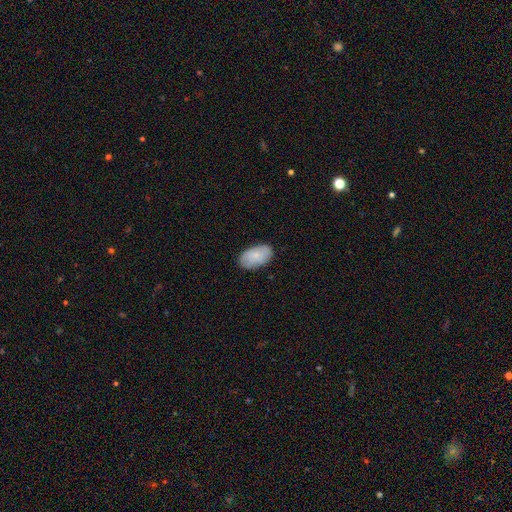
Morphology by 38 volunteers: Q: Smooth or featured?
A: smooth (82%); runner-up: featured or disk (18%)
Q: How rounded?
A: in between (97%); runner-up: round (3%)
Q: Merging?
A: none (76%); runner-up: minor disturbance (18%)